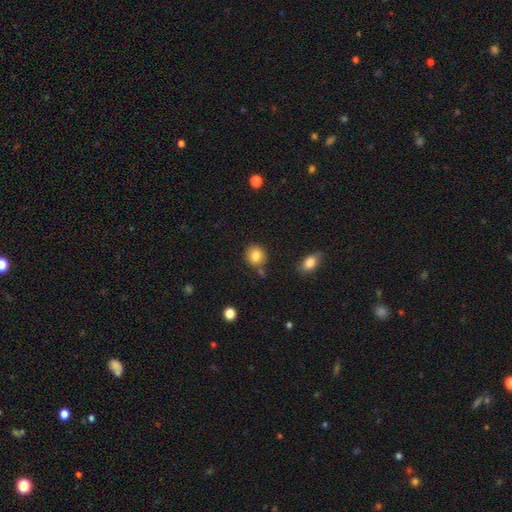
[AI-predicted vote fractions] Smooth or featured? Predicted: smooth (p=0.83). How rounded? Predicted: round (p=0.85). Merging? Predicted: none (p=0.80).